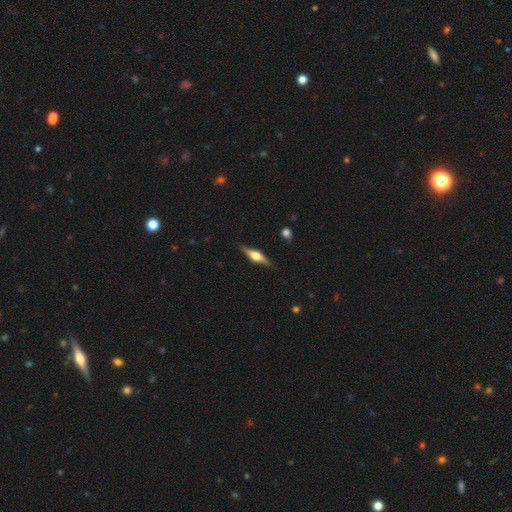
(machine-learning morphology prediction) A featured or disk galaxy (71%) viewed edge-on (97%) with a rounded central bulge (92%). Merging: none (87%).